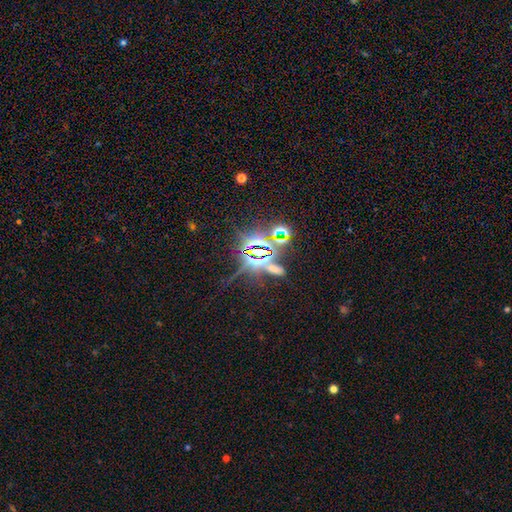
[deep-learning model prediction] Morphology: type=star or artifact (80%).